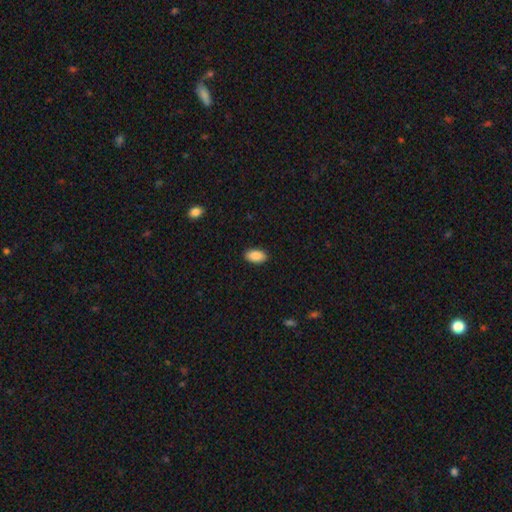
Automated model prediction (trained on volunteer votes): Morphology: type=smooth (89%); roundness=in between (94%); merging=none (89%).